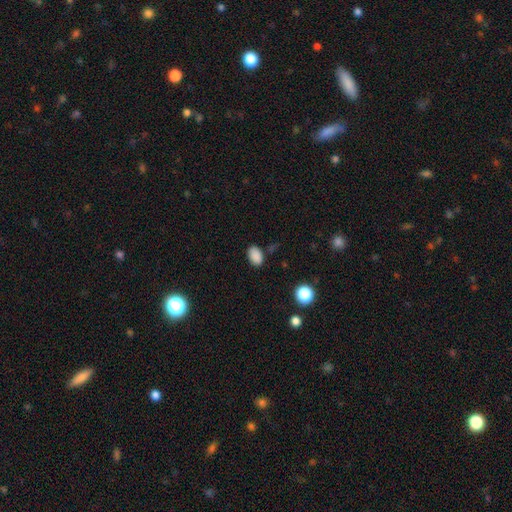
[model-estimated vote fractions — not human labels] Morphology: type=smooth (86%); roundness=in between (85%); merging=none (83%).